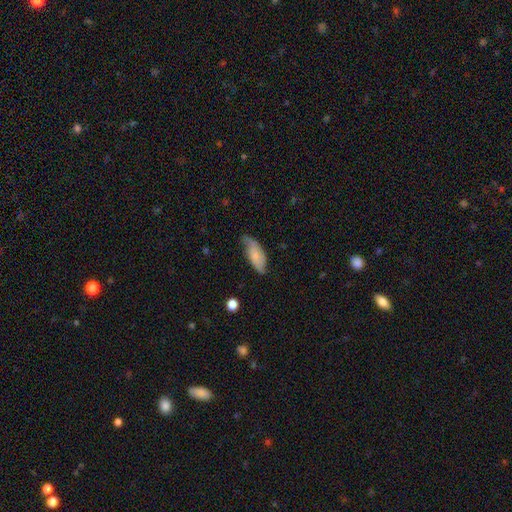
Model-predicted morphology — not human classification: Smooth or featured? smooth (55%)
How rounded? in between (78%)
Merging? none (52%)